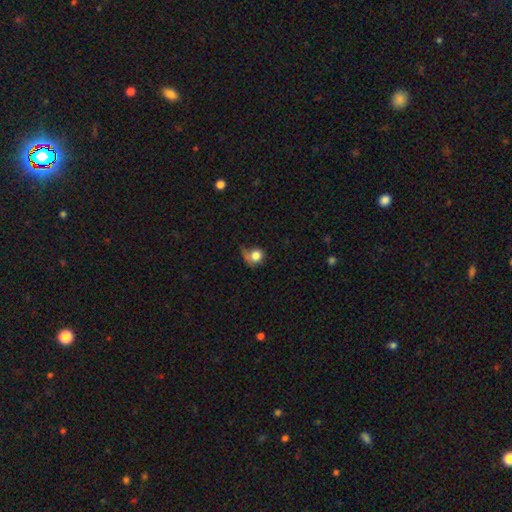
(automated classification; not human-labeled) Smooth or featured? smooth (77%)
How rounded? round (79%)
Merging? none (33%)